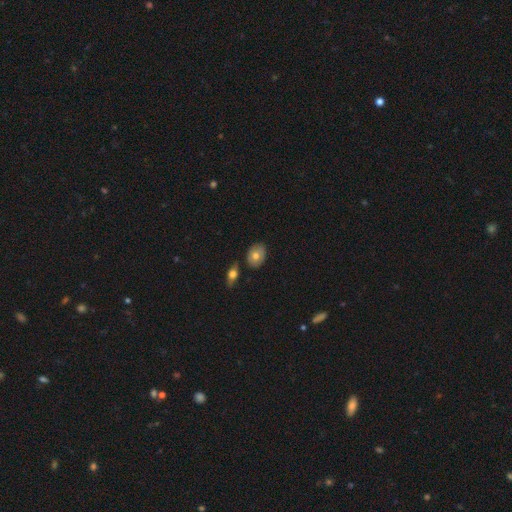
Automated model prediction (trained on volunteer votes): A smooth galaxy with no disk features (67%) that is in between round and cigar-shaped (71%).

Vote fractions:
- Smooth or featured? smooth: 67% / featured or disk: 26% / star or artifact: 8%
- How rounded? in between: 71% / round: 27% / cigar-shaped: 2%
- Merging? none: 78% / minor disturbance: 12% / merger: 7% / major disturbance: 3%